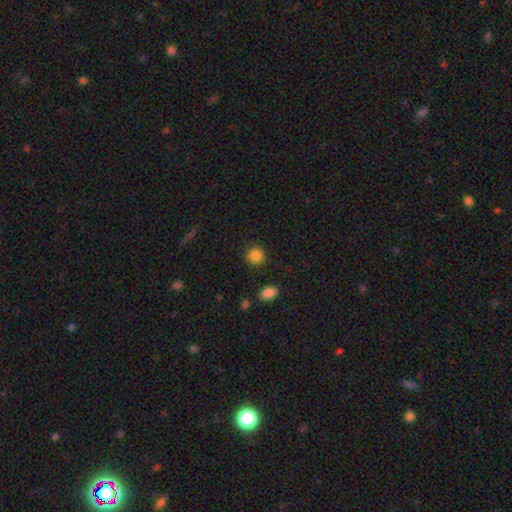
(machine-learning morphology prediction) smooth_or_featured: smooth (p=0.86) [alt: star or artifact p=0.10]
how_rounded: round (p=0.88) [alt: in between p=0.11]
merging: none (p=0.87) [alt: minor disturbance p=0.08]